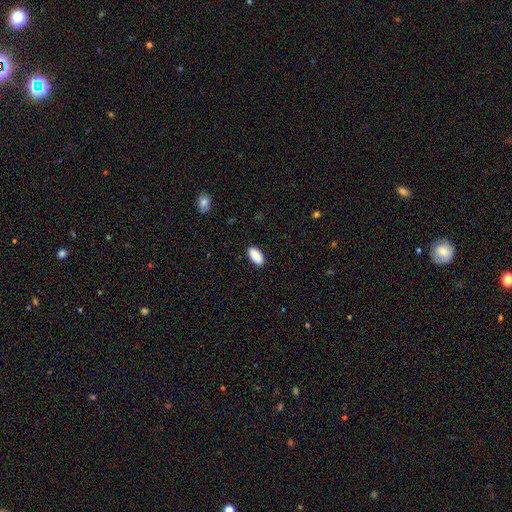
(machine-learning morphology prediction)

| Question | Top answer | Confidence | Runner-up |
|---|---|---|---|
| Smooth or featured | smooth | 90% | star or artifact (6%) |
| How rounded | in between | 93% | cigar-shaped (5%) |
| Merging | none | 89% | minor disturbance (8%) |